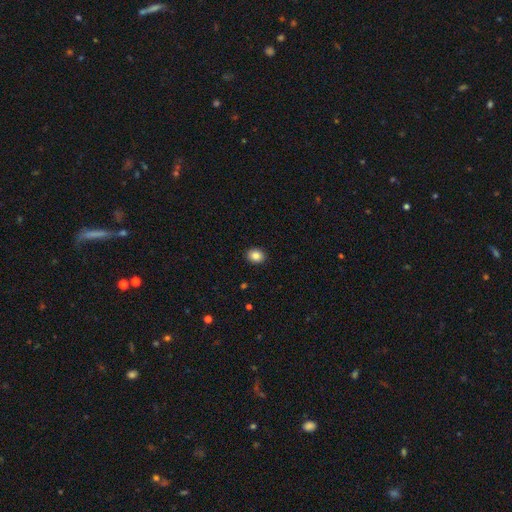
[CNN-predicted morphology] Q: Smooth or featured?
A: smooth (86%); runner-up: star or artifact (9%)
Q: How rounded?
A: round (57%); runner-up: in between (42%)
Q: Merging?
A: none (91%); runner-up: minor disturbance (6%)